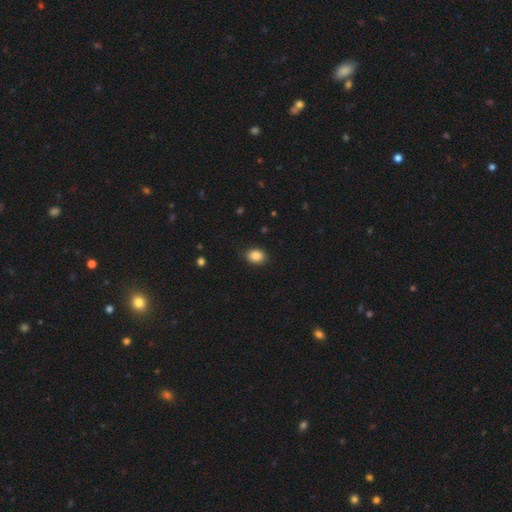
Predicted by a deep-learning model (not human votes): smooth 87%, star or artifact 9%, featured or disk 4%. Down the decision tree: how rounded — in between (58%); merging — none (87%).